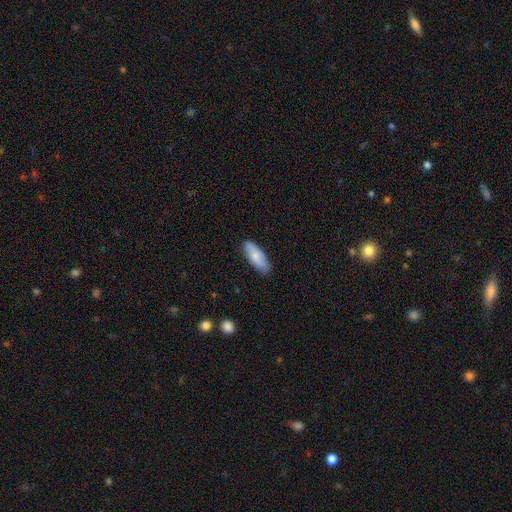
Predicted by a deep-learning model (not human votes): This appears to be a smooth galaxy with no disk features (78%) that is in between round and cigar-shaped (68%). Merging: none (85%).